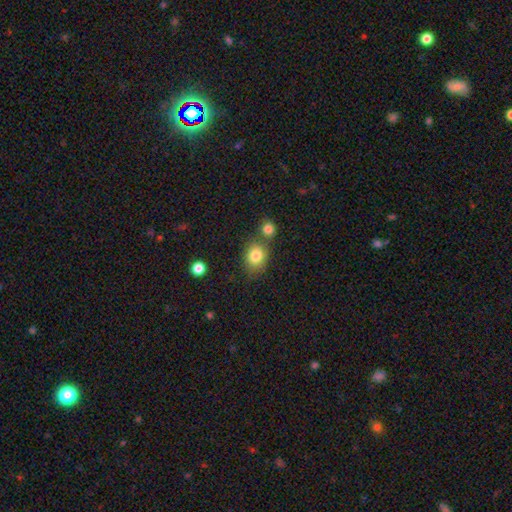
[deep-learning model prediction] Smooth or featured? Predicted: smooth (p=0.83). How rounded? Predicted: round (p=0.59). Merging? Predicted: none (p=0.59).